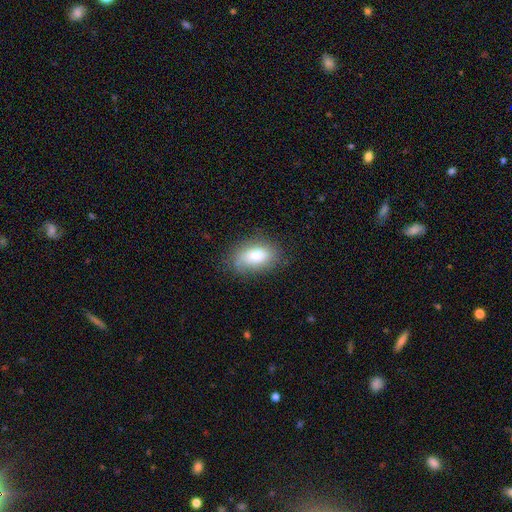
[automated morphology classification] smooth 79%, featured or disk 13%, star or artifact 8%. Down the decision tree: how rounded — in between (91%); merging — none (74%).